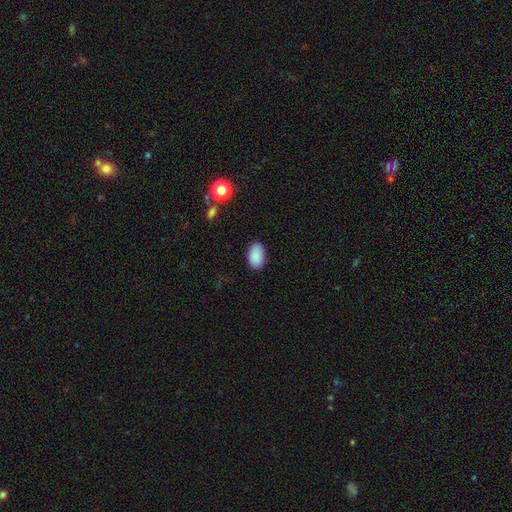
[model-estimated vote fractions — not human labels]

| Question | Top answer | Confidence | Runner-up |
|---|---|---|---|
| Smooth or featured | smooth | 89% | star or artifact (7%) |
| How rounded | in between | 92% | round (6%) |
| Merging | none | 86% | minor disturbance (11%) |